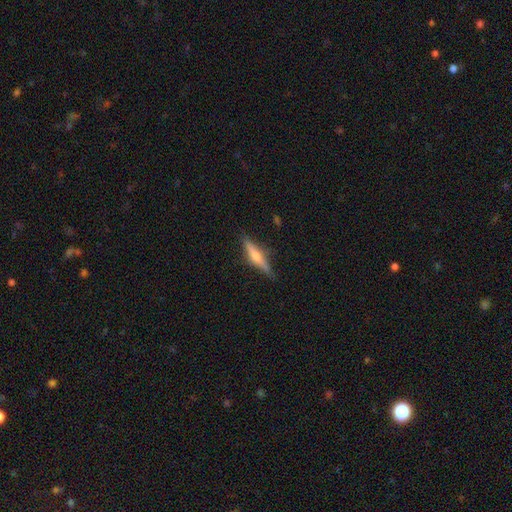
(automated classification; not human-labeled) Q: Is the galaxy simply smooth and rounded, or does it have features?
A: featured or disk — 65%.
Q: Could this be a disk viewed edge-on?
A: yes — 96%.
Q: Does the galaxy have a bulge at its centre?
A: rounded — 86%.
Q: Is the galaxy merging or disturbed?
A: none — 85%.